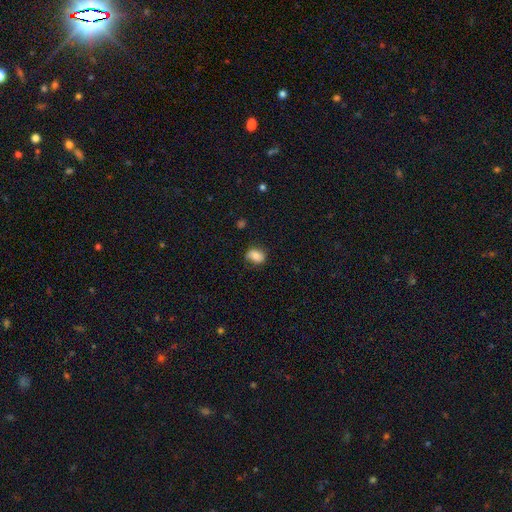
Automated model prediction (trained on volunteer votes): Smooth or featured? Predicted: smooth (p=0.78). How rounded? Predicted: in between (p=0.68). Merging? Predicted: none (p=0.69).